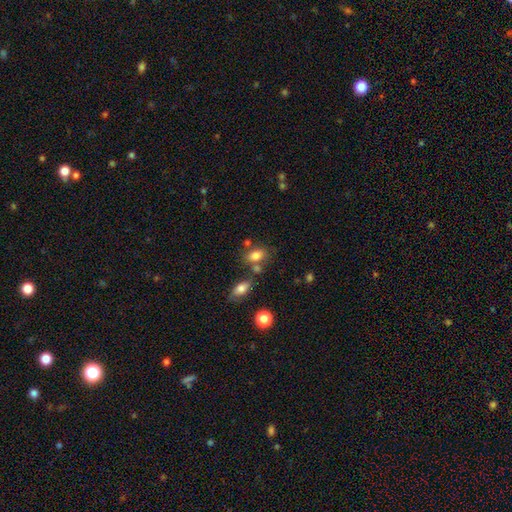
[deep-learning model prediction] A smooth galaxy with no disk features (81%) that is in between round and cigar-shaped (84%).

Vote fractions:
- Smooth or featured? smooth: 81% / featured or disk: 10% / star or artifact: 9%
- How rounded? in between: 84% / round: 13% / cigar-shaped: 3%
- Merging? none: 61% / merger: 20% / minor disturbance: 14% / major disturbance: 5%